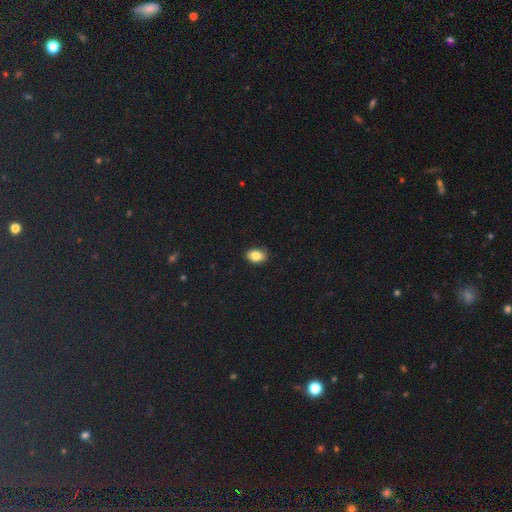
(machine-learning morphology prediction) A smooth galaxy with no disk features (83%) that is in between round and cigar-shaped (78%). Merging: none (84%).